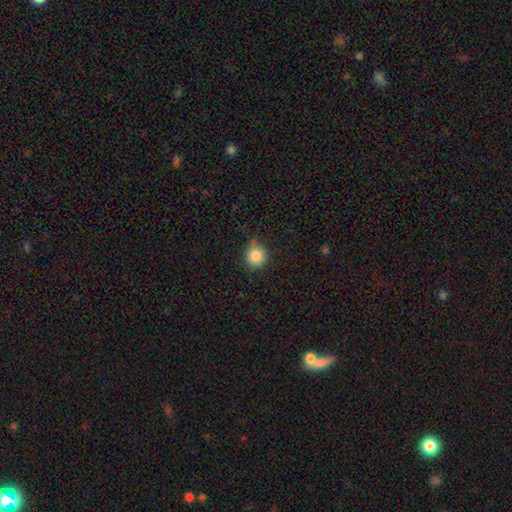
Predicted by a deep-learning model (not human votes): This is clearly a smooth galaxy (84%). How rounded: clearly round (90%). Merging: likely none (68%).